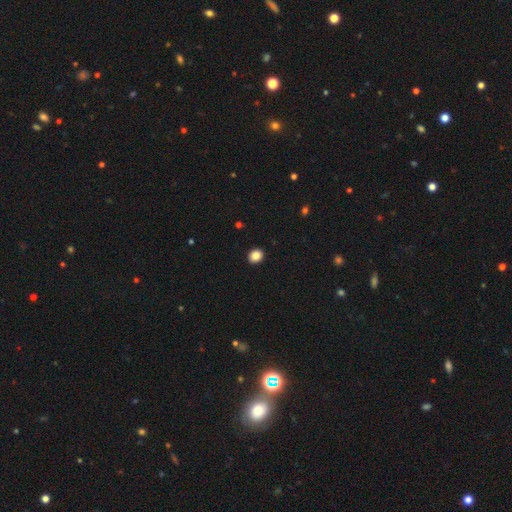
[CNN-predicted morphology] Smooth or featured?
  - smooth: 86% *
  - star or artifact: 10%
  - featured or disk: 4%
How rounded?
  - round: 67% *
  - in between: 32%
  - cigar-shaped: 1%
Merging?
  - none: 92% *
  - minor disturbance: 5%
  - major disturbance: 2%
  - merger: 1%